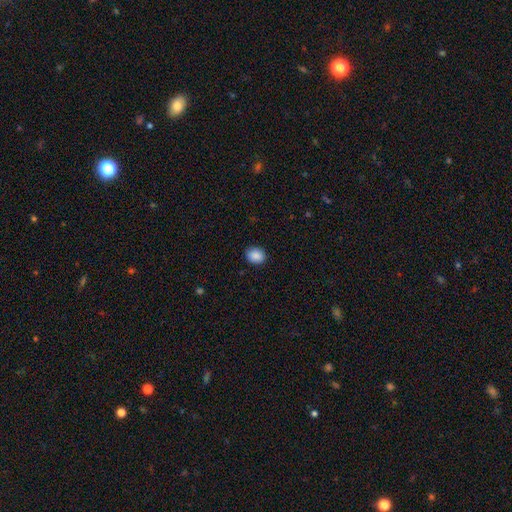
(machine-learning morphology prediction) type=smooth (89%); roundness=round (57%); merging=none (89%).